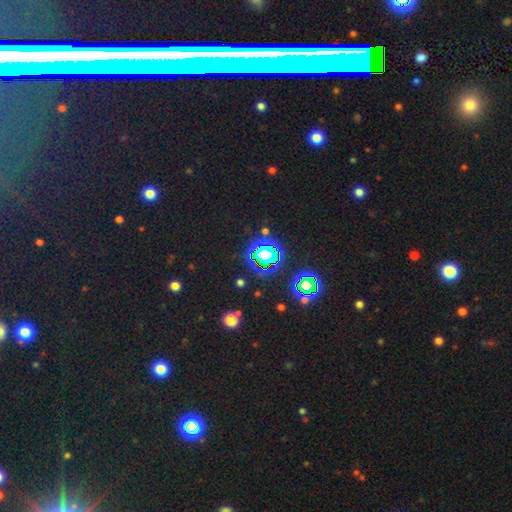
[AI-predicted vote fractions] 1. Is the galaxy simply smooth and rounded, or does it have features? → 79% star or artifact, 14% smooth, 7% featured or disk.